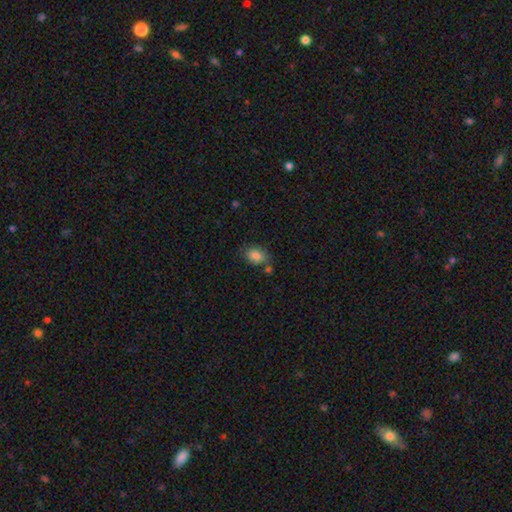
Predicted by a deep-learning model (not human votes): smooth 84%, star or artifact 9%, featured or disk 7%. Down the decision tree: how rounded — in between (73%); merging — none (66%).